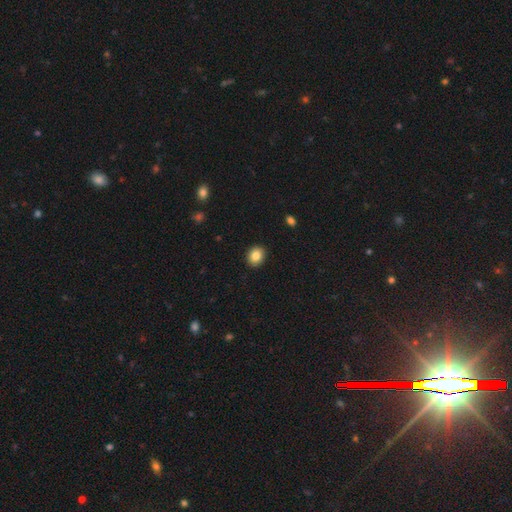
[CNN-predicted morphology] This appears to be a smooth galaxy with no disk features (85%) that is round (60%). Merging: none (91%).